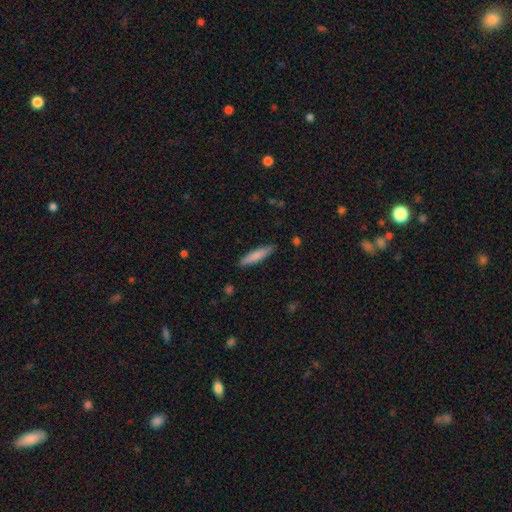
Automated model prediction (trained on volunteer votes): The model was most divided on "how rounded": cigar-shaped: 83%, in between: 16%, round: 1%. More confident: merging — none (86%); smooth or featured — smooth (81%).